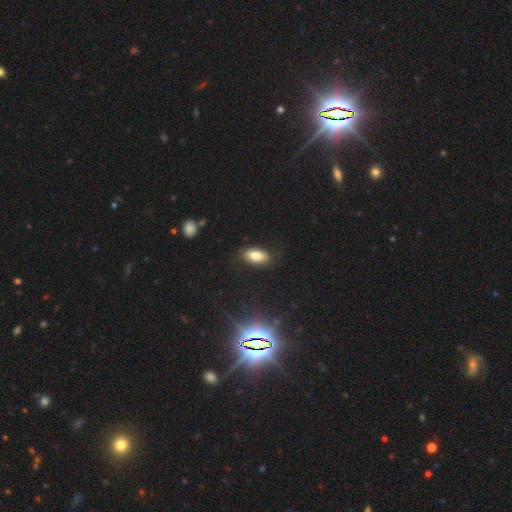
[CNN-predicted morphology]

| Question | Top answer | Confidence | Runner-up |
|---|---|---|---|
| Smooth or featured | smooth | 81% | star or artifact (10%) |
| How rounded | in between | 91% | cigar-shaped (5%) |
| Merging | none | 82% | minor disturbance (13%) |